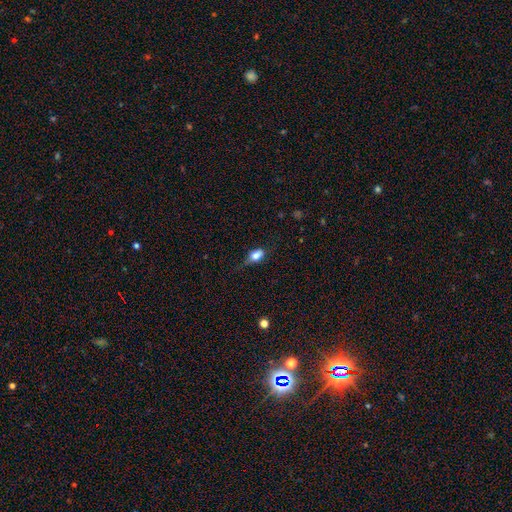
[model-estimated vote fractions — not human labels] Overall: smooth (78%). How rounded: in between (83%). Merging: none (46%; minor disturbance 37%).